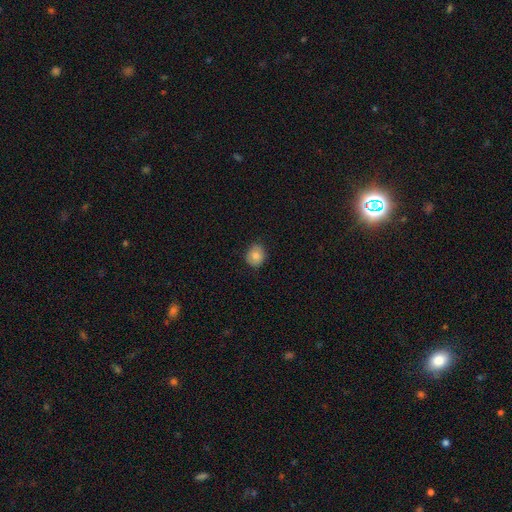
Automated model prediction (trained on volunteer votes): smooth 82%, featured or disk 10%, star or artifact 9%. Down the decision tree: how rounded — round (74%); merging — none (83%).